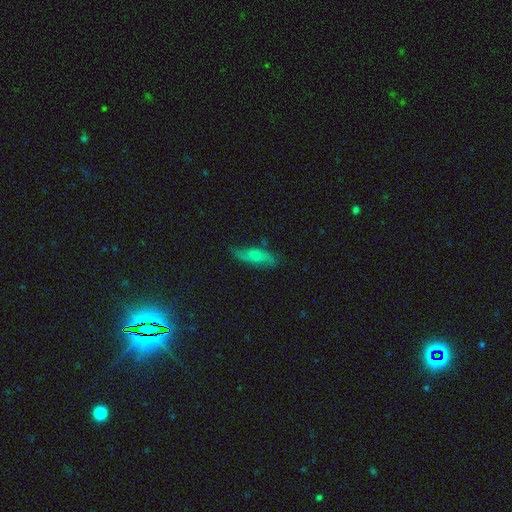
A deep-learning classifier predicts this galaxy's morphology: Smooth or featured? smooth (46%, tied with featured or disk)
Merging? none (63%)